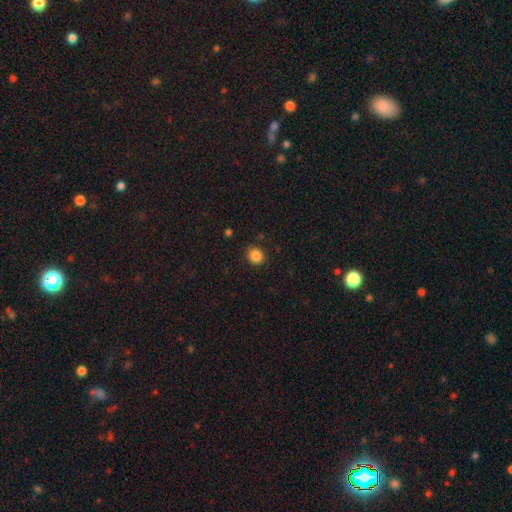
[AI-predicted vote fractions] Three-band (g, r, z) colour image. It shows a smooth galaxy with no disk features (86%) that is round (78%). Merging: none (88%).